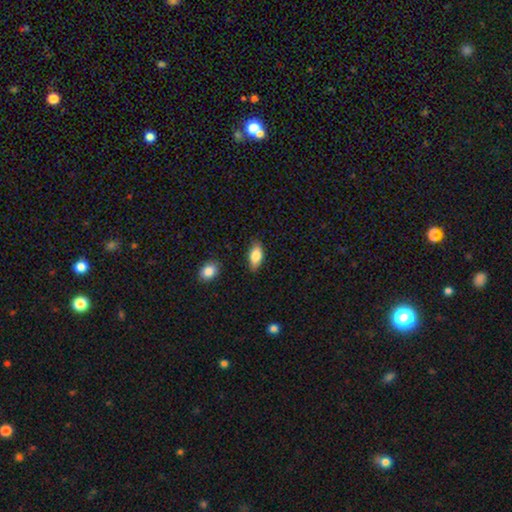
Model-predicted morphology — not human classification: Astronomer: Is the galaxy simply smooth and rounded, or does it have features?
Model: smooth — 80%.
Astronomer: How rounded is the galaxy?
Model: in between — 87%.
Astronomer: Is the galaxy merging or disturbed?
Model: none — 83%.